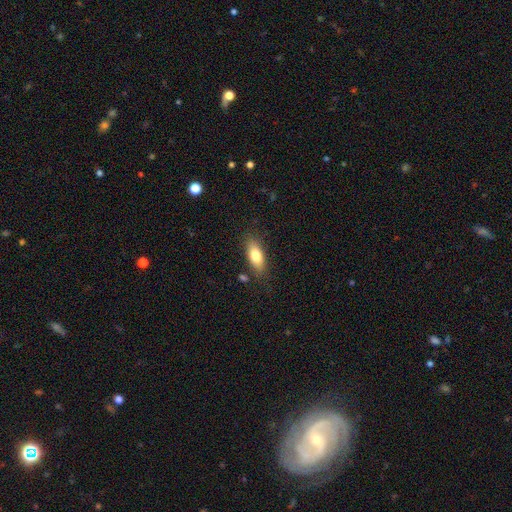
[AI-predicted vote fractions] Smooth or featured? smooth (78%)
How rounded? in between (79%)
Merging? none (80%)